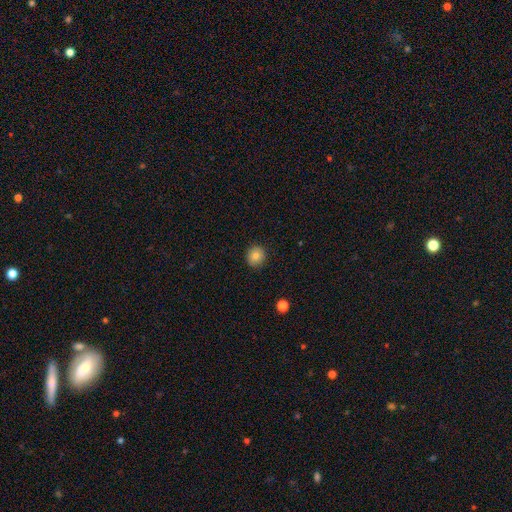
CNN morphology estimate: Smooth or featured? Predicted: smooth (p=0.81). How rounded? Predicted: round (p=0.89). Merging? Predicted: none (p=0.90).